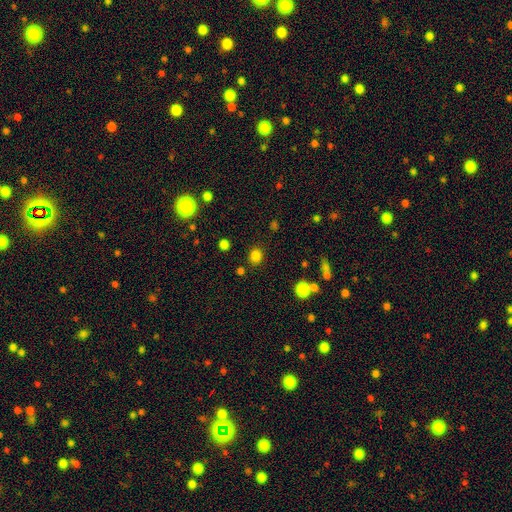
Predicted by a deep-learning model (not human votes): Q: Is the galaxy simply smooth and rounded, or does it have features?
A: smooth — 81%.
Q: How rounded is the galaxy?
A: round — 74%.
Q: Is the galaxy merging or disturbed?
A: none — 85%.